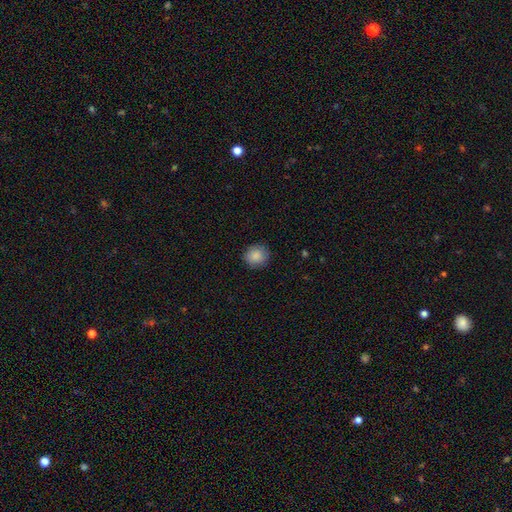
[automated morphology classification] Smooth or featured: smooth — 87% (star or artifact — 8%)
How rounded: round — 89% (in between — 10%)
Merging: none — 87% (minor disturbance — 9%)